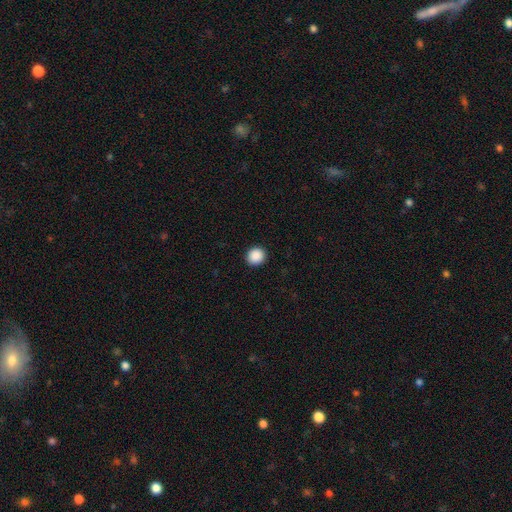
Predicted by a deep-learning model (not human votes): A smooth galaxy with no disk features (89%) that is round (92%). Merging: none (93%).